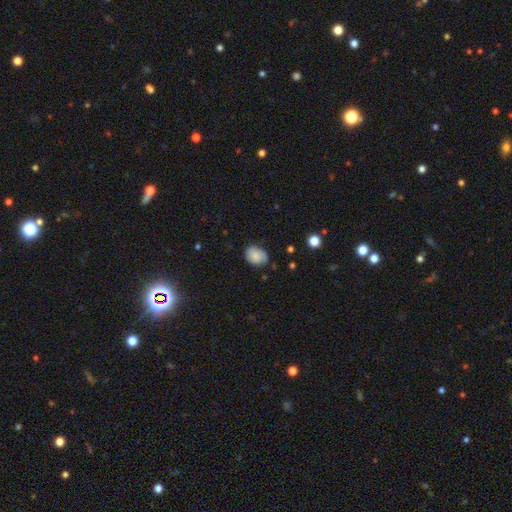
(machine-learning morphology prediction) A smooth galaxy with no disk features (81%) that is in between round and cigar-shaped (64%).

Vote fractions:
- Smooth or featured? smooth: 81% / featured or disk: 11% / star or artifact: 8%
- How rounded? in between: 64% / round: 35% / cigar-shaped: 1%
- Merging? none: 71% / minor disturbance: 23% / major disturbance: 4% / merger: 2%